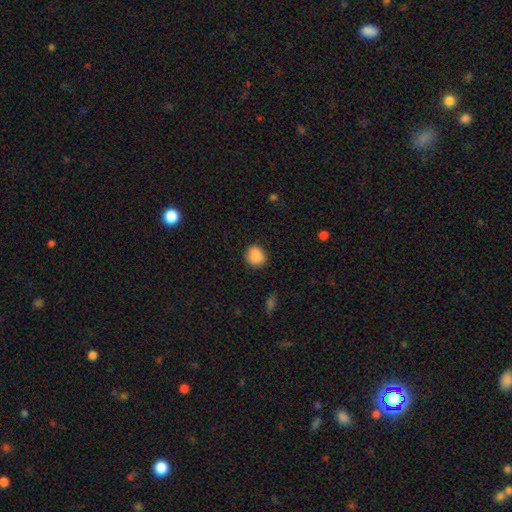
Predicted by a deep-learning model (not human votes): Morphology: type=smooth (88%); roundness=round (81%); merging=none (87%).